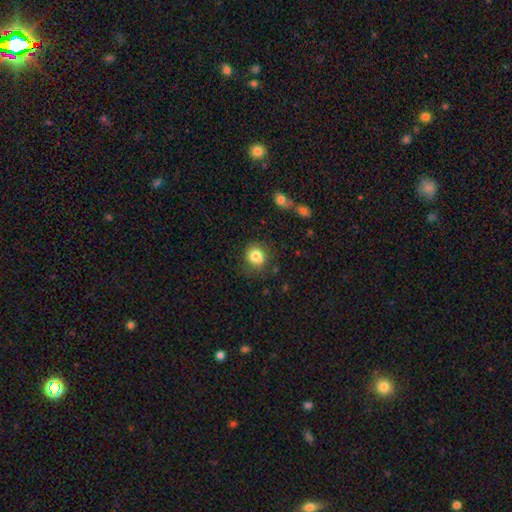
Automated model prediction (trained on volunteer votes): Morphology: type=smooth (82%); roundness=round (72%); merging=none (72%).